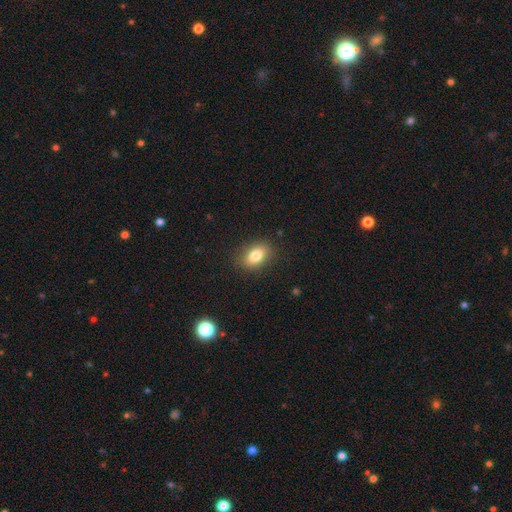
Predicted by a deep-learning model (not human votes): Overall: smooth (81%). How rounded: in between (81%). Merging: none (87%).